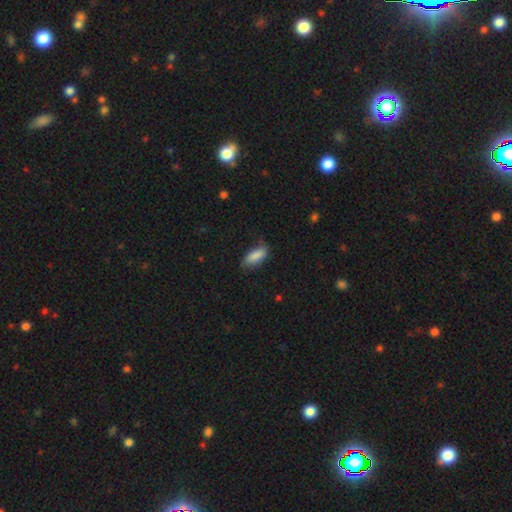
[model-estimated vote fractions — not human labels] The model was most divided on "merging": none: 69%, minor disturbance: 24%, major disturbance: 5%, merger: 1%. More confident: smooth or featured — smooth (85%); how rounded — in between (78%).